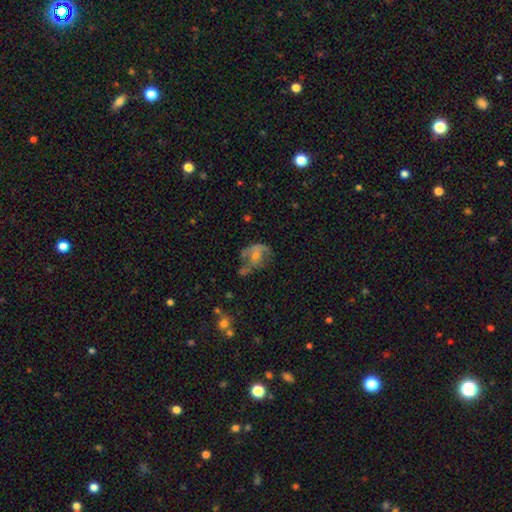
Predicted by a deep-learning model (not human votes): smooth-or-featured: featured or disk: 55% | smooth: 31% | star or artifact: 14%
  disk-edge-on: no: 96% | yes: 4%
    bar: no: 72% | weak: 22% | strong: 6%
    has-spiral-arms: yes: 51% | no: 49%
    bulge-size: small: 59% | moderate: 32% | none: 7% | large: 2% | dominant: 1%
  merging: none: 34% | major disturbance: 32% | minor disturbance: 25% | merger: 9%